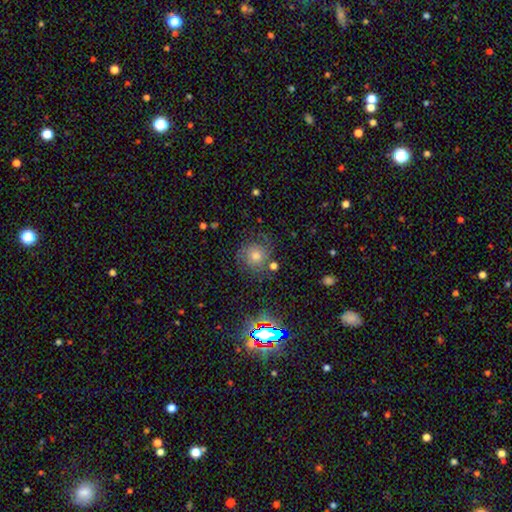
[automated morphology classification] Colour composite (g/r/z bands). It shows a smooth galaxy with no disk features (43%). Merging: none (71%).